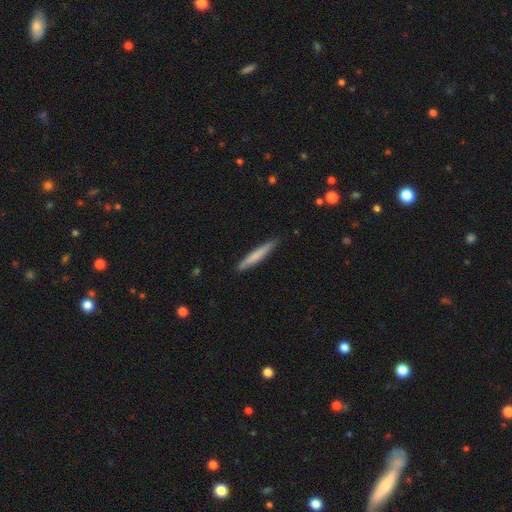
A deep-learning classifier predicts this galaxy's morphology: Smooth or featured?
  - smooth: 69% *
  - featured or disk: 25%
  - star or artifact: 5%
How rounded?
  - cigar-shaped: 95% *
  - in between: 3%
  - round: 1%
Merging?
  - none: 87% *
  - minor disturbance: 10%
  - major disturbance: 2%
  - merger: 1%